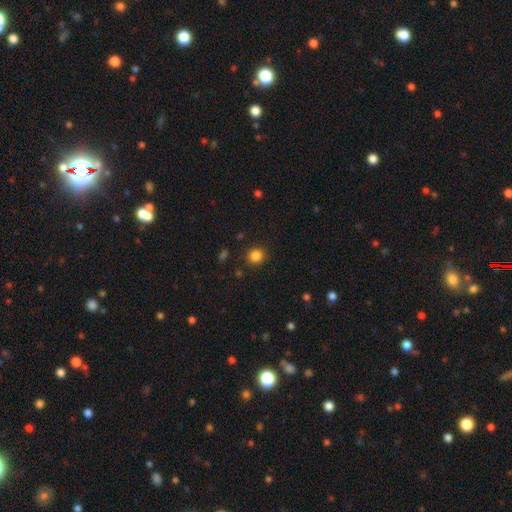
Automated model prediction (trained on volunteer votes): This is clearly a smooth galaxy (84%). How rounded: clearly round (89%). Merging: clearly none (90%).